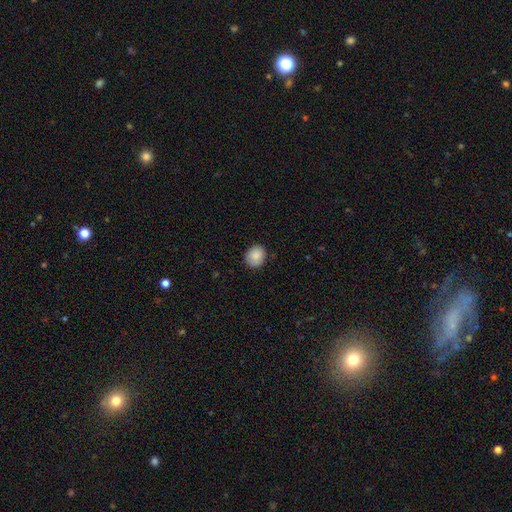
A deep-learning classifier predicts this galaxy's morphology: This appears to be a smooth galaxy with no disk features (87%) that is round (71%). Merging: none (83%).